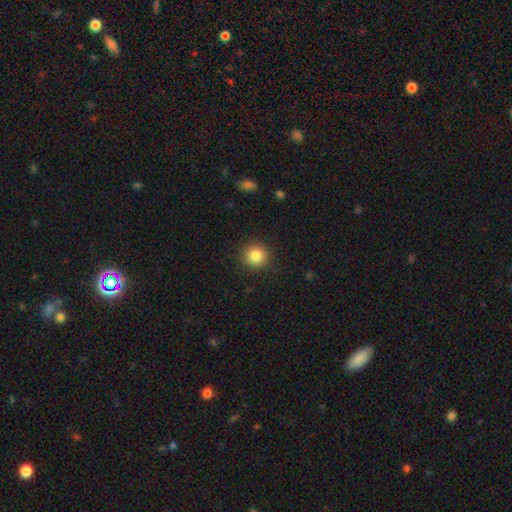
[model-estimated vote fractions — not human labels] A smooth galaxy with no disk features (85%) that is round (92%). Merging: none (91%).